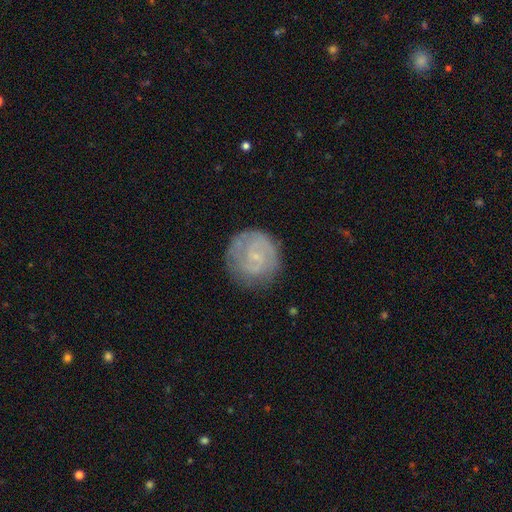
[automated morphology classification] Smooth or featured: featured or disk — 70% (smooth — 23%)
Edge-on disk: no — 98% (yes — 2%)
Bar: no — 54% (weak — 40%)
Spiral arms: yes — 90% (no — 10%)
Spiral winding: tight — 56% (medium — 34%)
Spiral arm count: 2 — 53% (can't tell — 25%)
Bulge size: small — 76% (none — 13%)
Merging: none — 78% (minor disturbance — 15%)